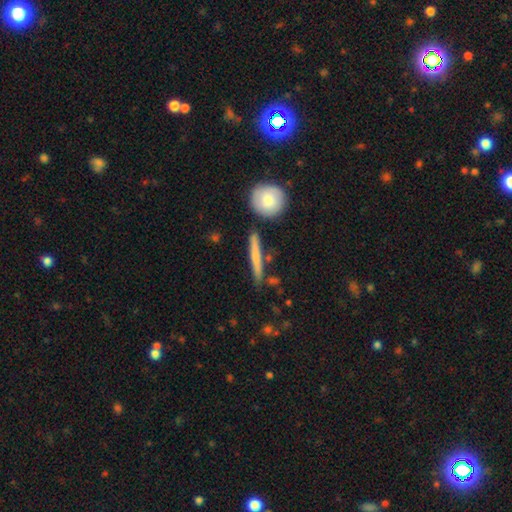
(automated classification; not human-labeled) Morphology: type=smooth (57%); roundness=cigar-shaped (91%); merging=none (84%).